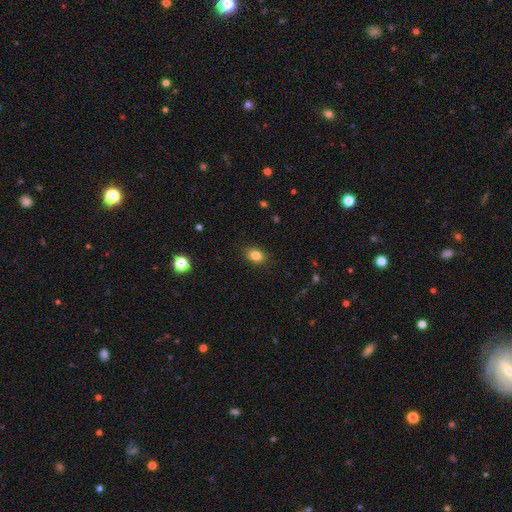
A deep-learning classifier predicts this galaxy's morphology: smooth-or-featured: smooth: 84% | star or artifact: 10% | featured or disk: 6%
  how-rounded: in between: 78% | round: 21% | cigar-shaped: 1%
  merging: none: 87% | minor disturbance: 9% | major disturbance: 2% | merger: 1%